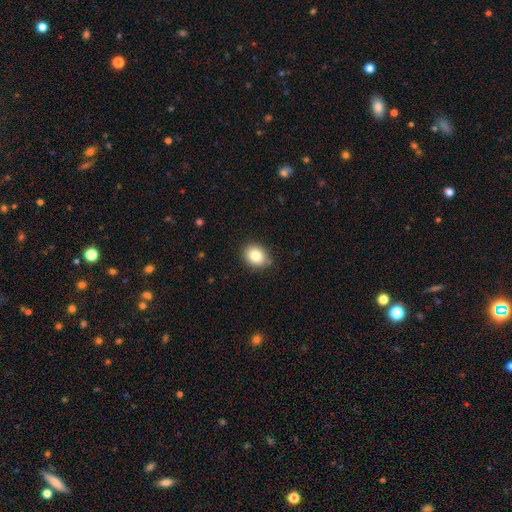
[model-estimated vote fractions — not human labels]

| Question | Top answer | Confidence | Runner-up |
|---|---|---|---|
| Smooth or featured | smooth | 84% | star or artifact (9%) |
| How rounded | round | 52% | in between (48%) |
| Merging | none | 84% | minor disturbance (12%) |